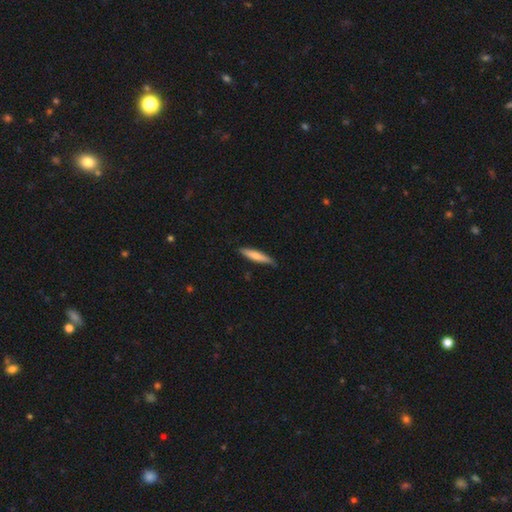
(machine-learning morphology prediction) The model was most divided on "smooth or featured": smooth: 68%, featured or disk: 27%, star or artifact: 5%. More confident: how rounded — cigar-shaped (87%); merging — none (82%).